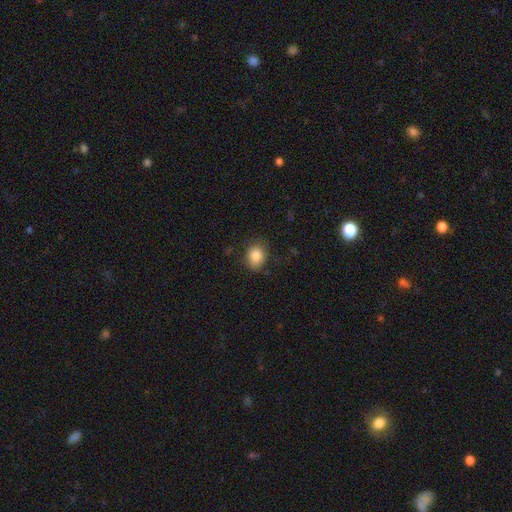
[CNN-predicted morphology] A smooth galaxy with no disk features (85%) that is in between round and cigar-shaped (50%). Merging: none (77%).